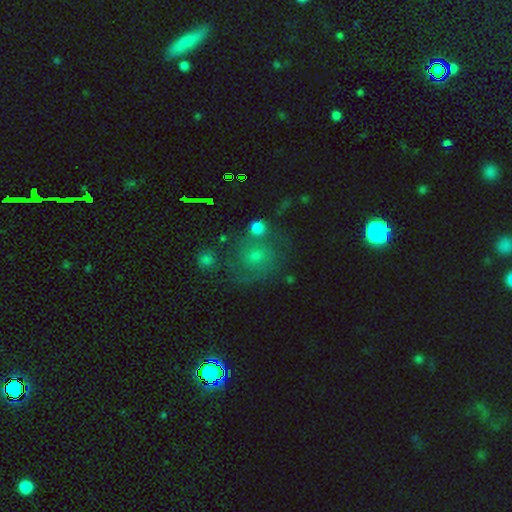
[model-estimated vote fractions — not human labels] A smooth galaxy with no disk features (48%). Merging: none (53%).